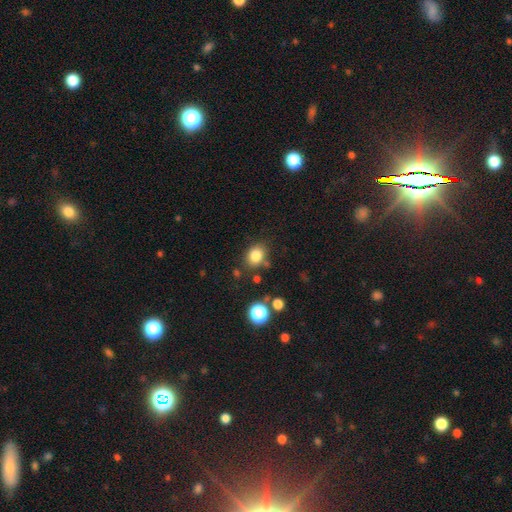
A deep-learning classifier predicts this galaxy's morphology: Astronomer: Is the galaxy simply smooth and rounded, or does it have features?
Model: smooth — 82%.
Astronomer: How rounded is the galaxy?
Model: round — 51% (runner-up: in between, 48%).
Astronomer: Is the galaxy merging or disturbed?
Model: none — 75%.